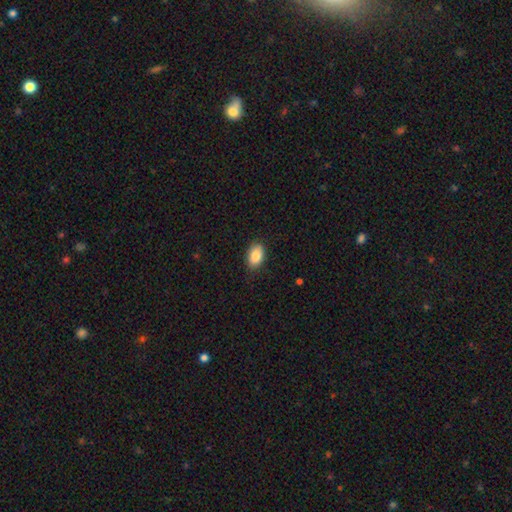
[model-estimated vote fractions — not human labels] This is clearly a smooth galaxy (88%). How rounded: clearly in between (91%). Merging: clearly none (85%).